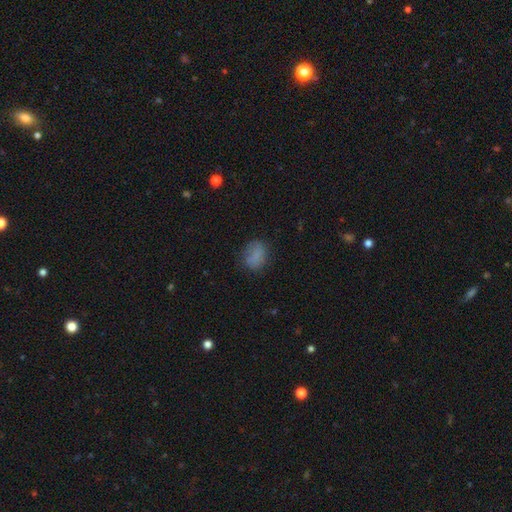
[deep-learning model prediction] A smooth galaxy with no disk features (80%) that is in between round and cigar-shaped (56%). Merging: none (70%).